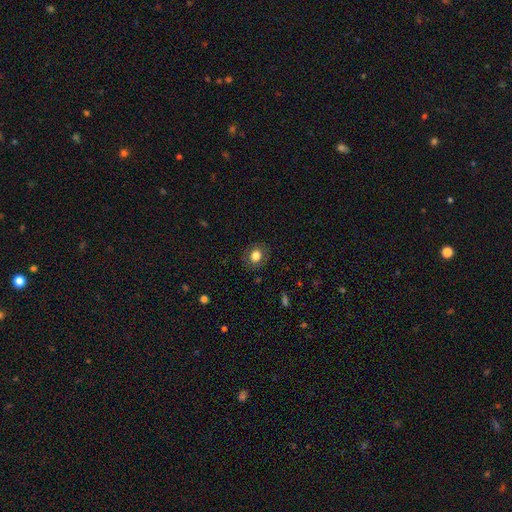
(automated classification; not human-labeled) This is likely a smooth galaxy (79%). How rounded: likely round (66%). Merging: clearly none (85%).